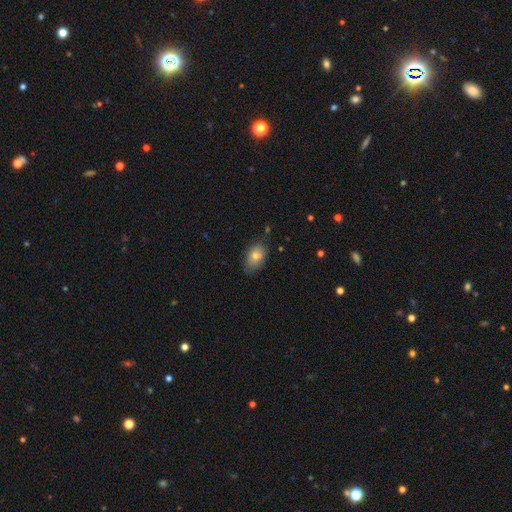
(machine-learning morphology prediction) smooth_or_featured: smooth (p=0.75) [alt: featured or disk p=0.16]
how_rounded: in between (p=0.82) [alt: round p=0.16]
merging: none (p=0.72) [alt: minor disturbance p=0.22]